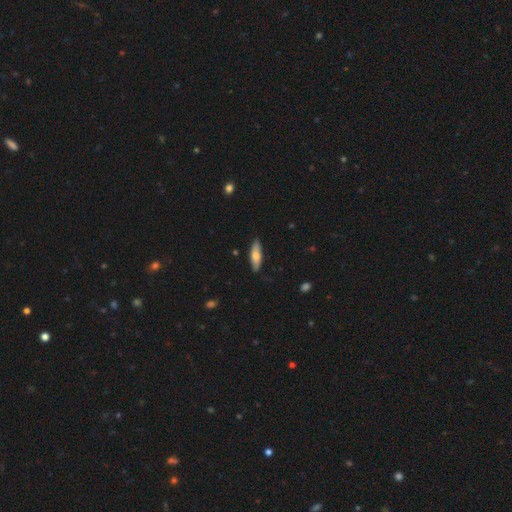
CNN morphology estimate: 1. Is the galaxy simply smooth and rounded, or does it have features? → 65% smooth, 30% featured or disk, 6% star or artifact.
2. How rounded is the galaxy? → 52% cigar-shaped, 45% in between, 2% round.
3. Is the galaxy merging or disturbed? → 87% none, 11% minor disturbance, 2% major disturbance, 1% merger.